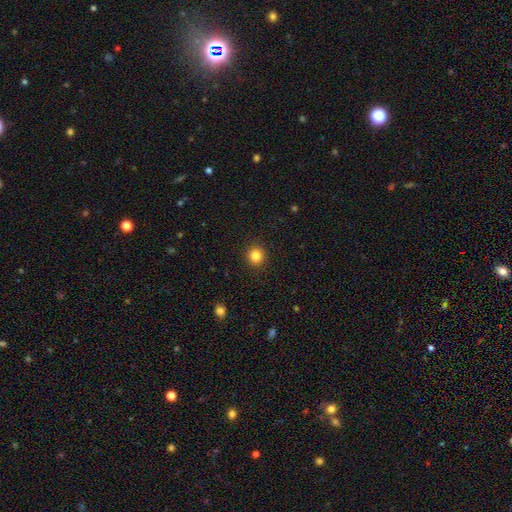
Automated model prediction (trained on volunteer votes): smooth-or-featured: smooth: 84% | star or artifact: 11% | featured or disk: 4%
  how-rounded: round: 93% | in between: 6% | cigar-shaped: 1%
  merging: none: 92% | minor disturbance: 5% | major disturbance: 2% | merger: 1%